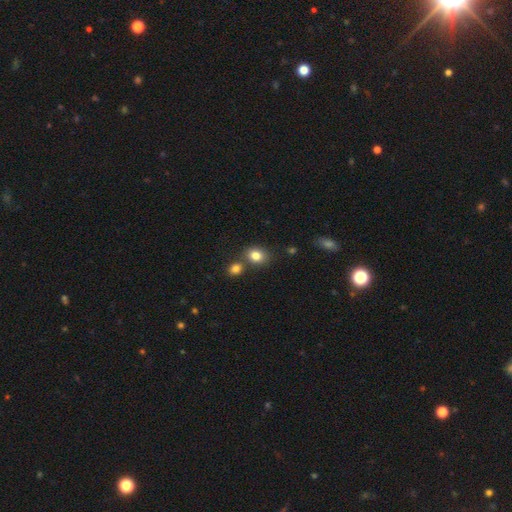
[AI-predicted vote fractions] Smooth or featured? Predicted: smooth (p=0.82). How rounded? Predicted: round (p=0.53). Merging? Predicted: none (p=0.63).